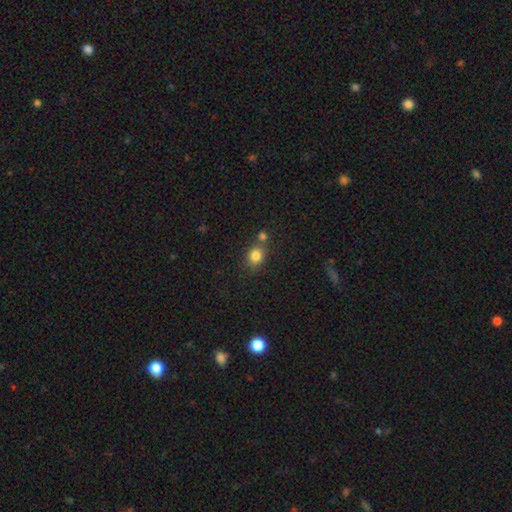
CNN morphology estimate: Smooth or featured?
  - smooth: 82% *
  - star or artifact: 11%
  - featured or disk: 6%
How rounded?
  - round: 66% *
  - in between: 33%
  - cigar-shaped: 1%
Merging?
  - none: 63% *
  - merger: 22%
  - minor disturbance: 11%
  - major disturbance: 4%